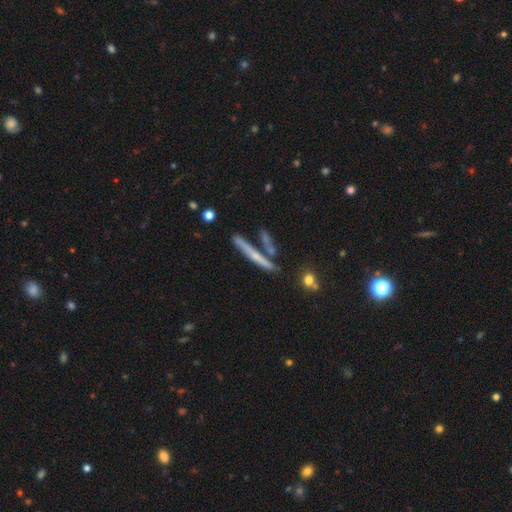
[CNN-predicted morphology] Smooth or featured: featured or disk — 53% (smooth — 40%)
Edge-on disk: yes — 94% (no — 6%)
Merging: none — 73% (merger — 13%)